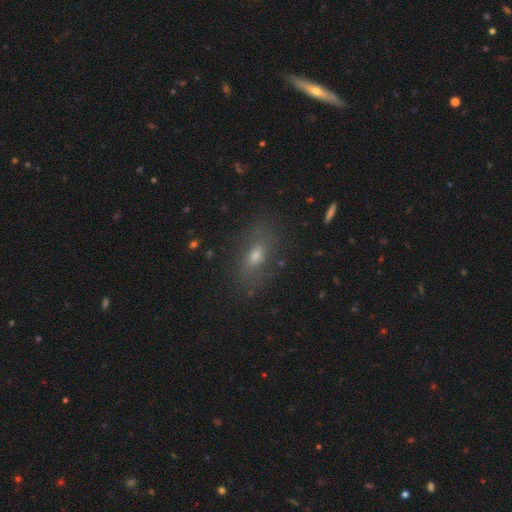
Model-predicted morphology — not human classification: Q: Smooth or featured?
A: smooth (61%); runner-up: featured or disk (24%)
Q: How rounded?
A: in between (74%); runner-up: cigar-shaped (16%)
Q: Merging?
A: none (78%); runner-up: minor disturbance (14%)